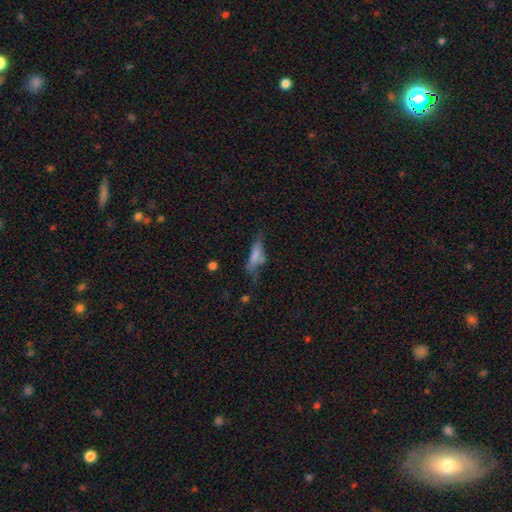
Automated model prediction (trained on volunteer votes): Smooth or featured? Predicted: smooth (p=0.67). How rounded? Predicted: cigar-shaped (p=0.52). Merging? Predicted: none (p=0.40).